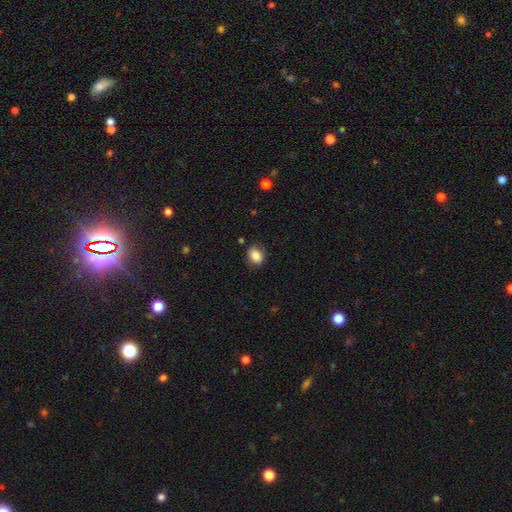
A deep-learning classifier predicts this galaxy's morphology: A smooth galaxy with no disk features (85%) that is in between round and cigar-shaped (66%).

Vote fractions:
- Smooth or featured? smooth: 85% / star or artifact: 9% / featured or disk: 6%
- How rounded? in between: 66% / round: 33% / cigar-shaped: 1%
- Merging? none: 80% / minor disturbance: 15% / major disturbance: 4% / merger: 2%